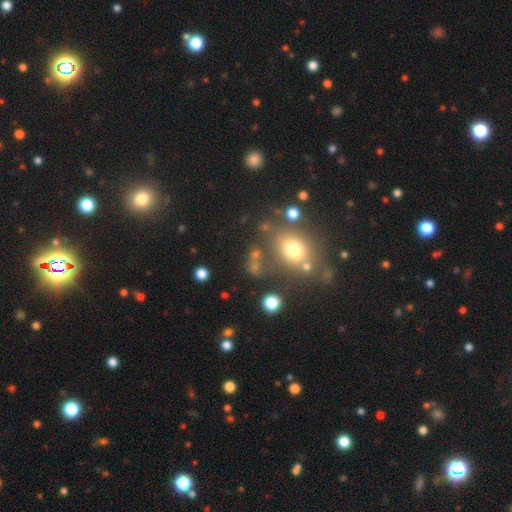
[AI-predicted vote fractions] This is likely a smooth galaxy (62%). How rounded: possibly round (50%). Merging: likely none (65%).